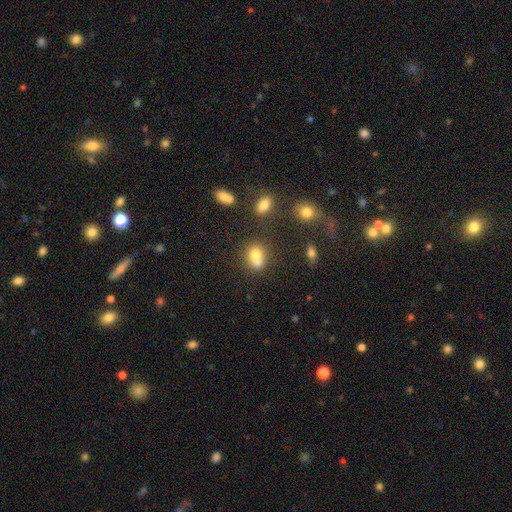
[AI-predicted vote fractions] Smooth or featured? Predicted: smooth (p=0.71). How rounded? Predicted: round (p=0.58). Merging? Predicted: merger (p=0.52).